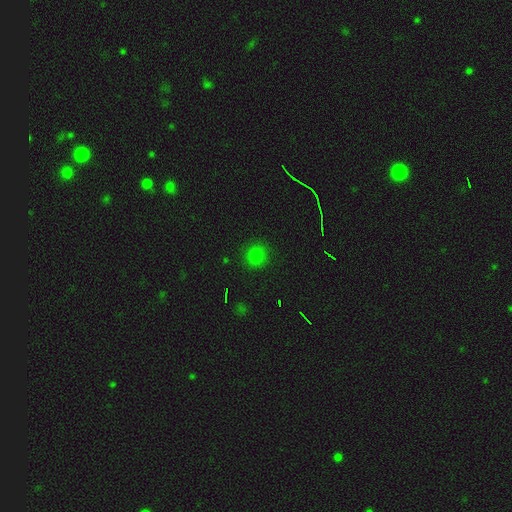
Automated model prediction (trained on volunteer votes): smooth-or-featured: smooth: 77% | star or artifact: 18% | featured or disk: 4%
  how-rounded: round: 88% | in between: 11% | cigar-shaped: 1%
  merging: none: 89% | minor disturbance: 8% | major disturbance: 2% | merger: 1%